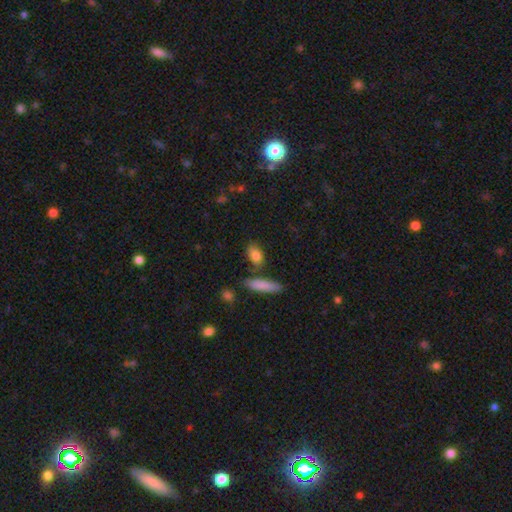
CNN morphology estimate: Smooth or featured: smooth — 82% (featured or disk — 11%)
How rounded: in between — 77% (cigar-shaped — 13%)
Merging: none — 72% (minor disturbance — 14%)